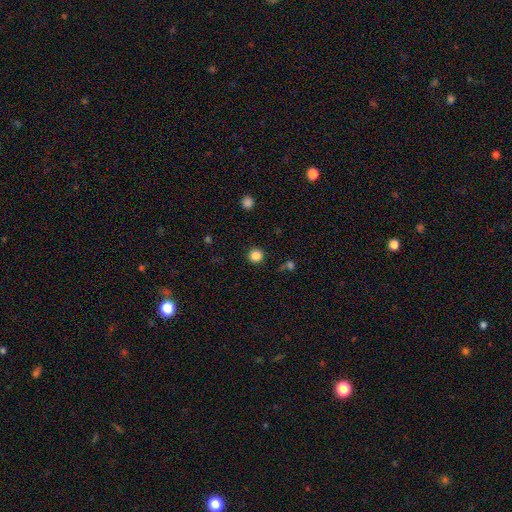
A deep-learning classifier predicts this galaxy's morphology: Overall: smooth (84%). How rounded: round (95%). Merging: none (90%).